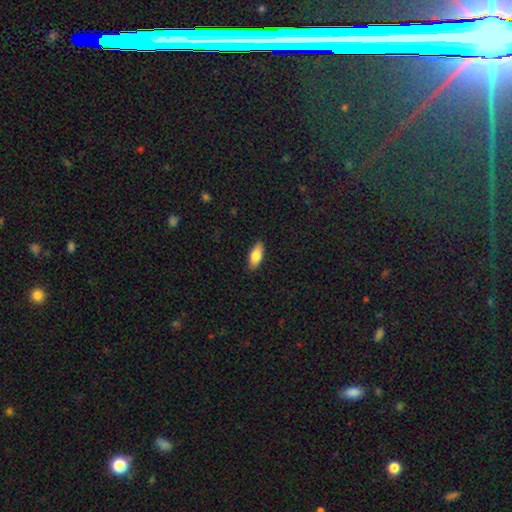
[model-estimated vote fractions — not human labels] A smooth galaxy with no disk features (82%) that is in between round and cigar-shaped (84%).

Vote fractions:
- Smooth or featured? smooth: 82% / featured or disk: 12% / star or artifact: 6%
- How rounded? in between: 84% / cigar-shaped: 13% / round: 2%
- Merging? none: 87% / minor disturbance: 10% / major disturbance: 2% / merger: 1%